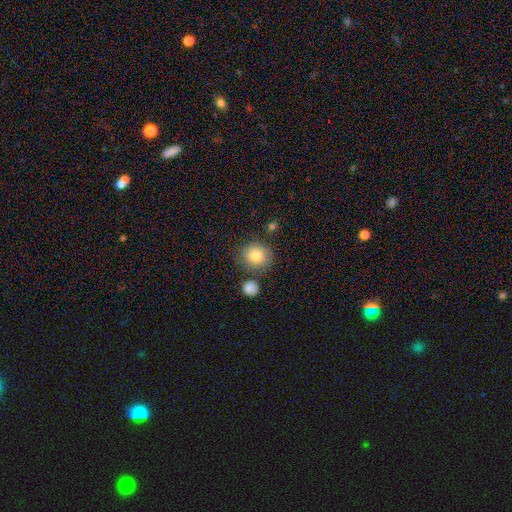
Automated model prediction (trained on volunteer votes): The model was most divided on "how rounded": round: 82%, in between: 17%, cigar-shaped: 1%. More confident: smooth or featured — smooth (82%); merging — none (78%).